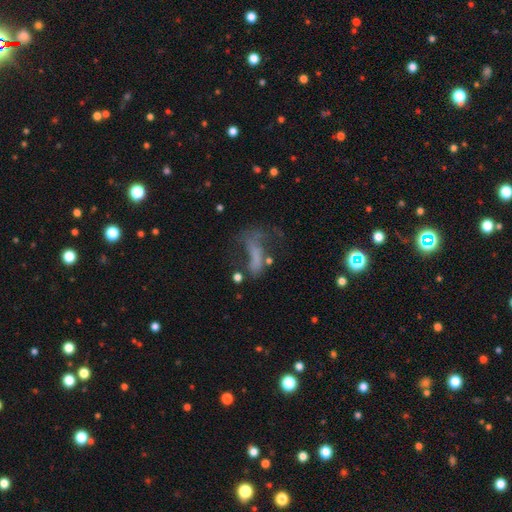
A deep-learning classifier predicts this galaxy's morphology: smooth_or_featured: featured or disk (p=0.43) [alt: smooth p=0.36]
merging: major disturbance (p=0.46) [alt: none p=0.28]